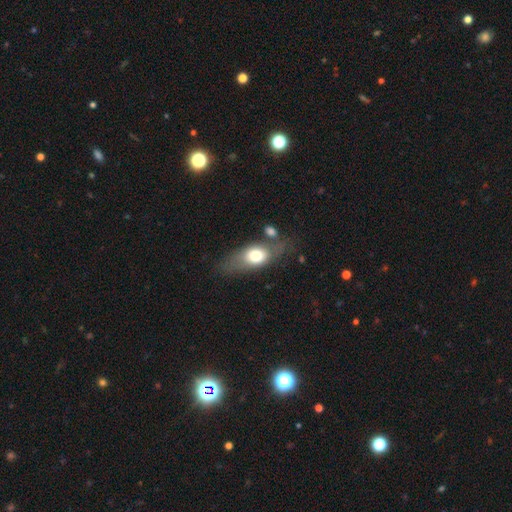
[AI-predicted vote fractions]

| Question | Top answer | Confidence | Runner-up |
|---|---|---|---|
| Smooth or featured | smooth | 64% | featured or disk (28%) |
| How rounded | in between | 75% | round (13%) |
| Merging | none | 57% | minor disturbance (19%) |